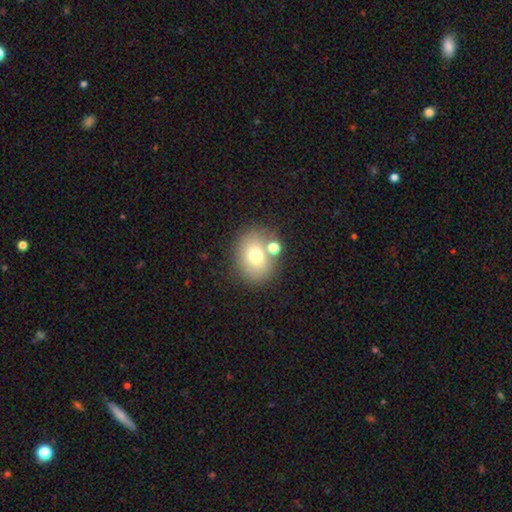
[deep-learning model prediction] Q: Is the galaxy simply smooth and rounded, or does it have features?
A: smooth — 70%.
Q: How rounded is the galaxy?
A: round — 57%.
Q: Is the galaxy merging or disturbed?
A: none — 68%.